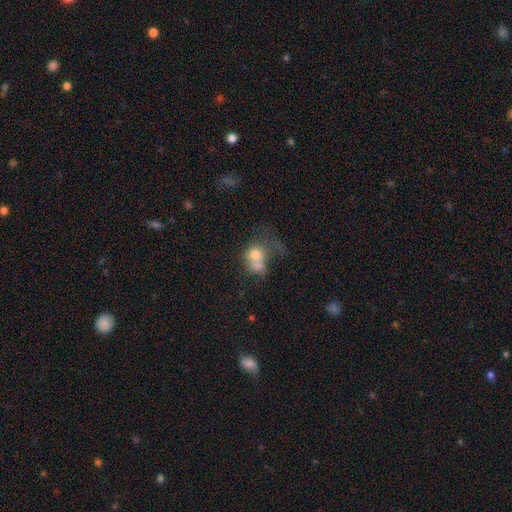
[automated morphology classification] This appears to be a smooth galaxy with no disk features (66%) that is round (60%). Merging: merger (55%).